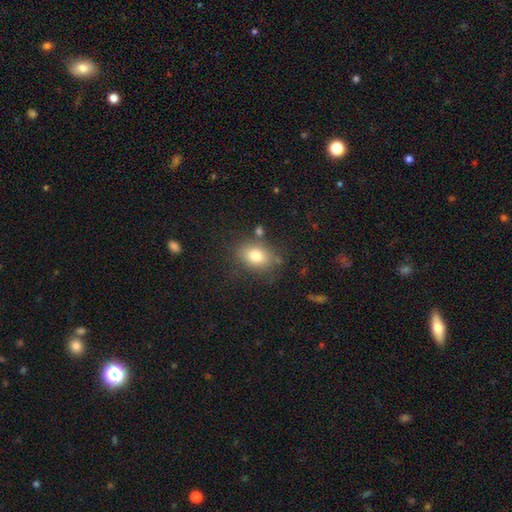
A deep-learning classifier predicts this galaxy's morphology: Smooth or featured? smooth (79%)
How rounded? in between (71%)
Merging? none (73%)